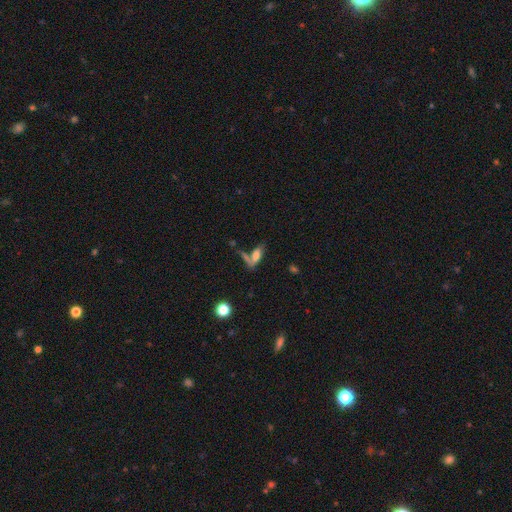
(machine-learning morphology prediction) A smooth galaxy with no disk features (64%) that is in between round and cigar-shaped (63%).

Vote fractions:
- Smooth or featured? smooth: 64% / featured or disk: 25% / star or artifact: 11%
- How rounded? in between: 63% / cigar-shaped: 33% / round: 4%
- Merging? none: 43% / merger: 32% / minor disturbance: 14% / major disturbance: 11%